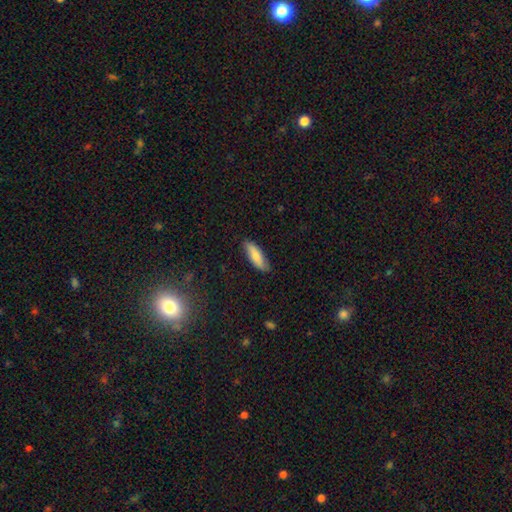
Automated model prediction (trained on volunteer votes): smooth-or-featured: smooth: 76% | featured or disk: 19% | star or artifact: 6%
  how-rounded: in between: 50% | cigar-shaped: 48% | round: 2%
  merging: none: 84% | minor disturbance: 12% | major disturbance: 2% | merger: 1%